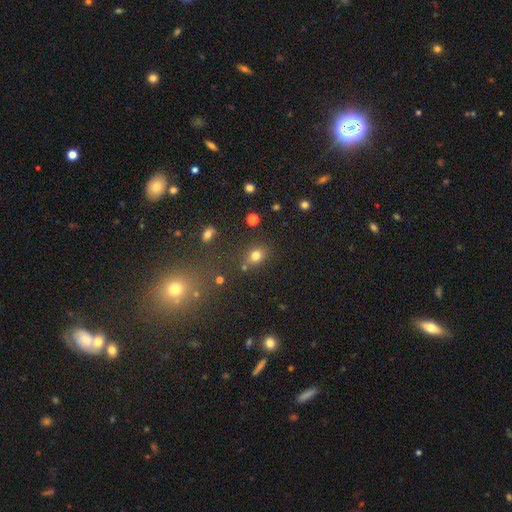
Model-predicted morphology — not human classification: smooth_or_featured: smooth (p=0.76) [alt: star or artifact p=0.16]
how_rounded: in between (p=0.50) [alt: round p=0.49]
merging: none (p=0.70) [alt: minor disturbance p=0.15]